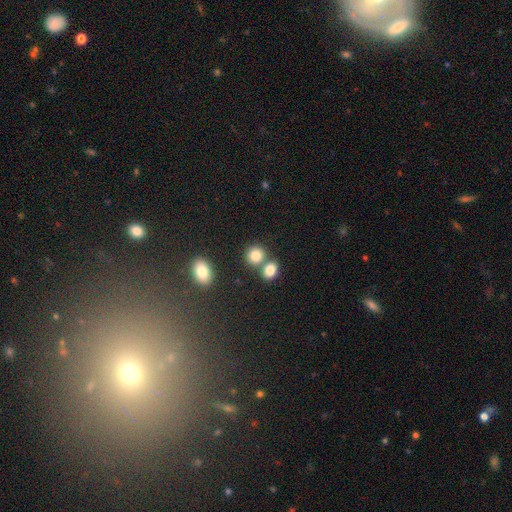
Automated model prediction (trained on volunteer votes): A smooth galaxy with no disk features (83%) that is round (76%).

Vote fractions:
- Smooth or featured? smooth: 83% / star or artifact: 11% / featured or disk: 6%
- How rounded? round: 76% / in between: 23% / cigar-shaped: 1%
- Merging? none: 59% / merger: 29% / minor disturbance: 9% / major disturbance: 3%